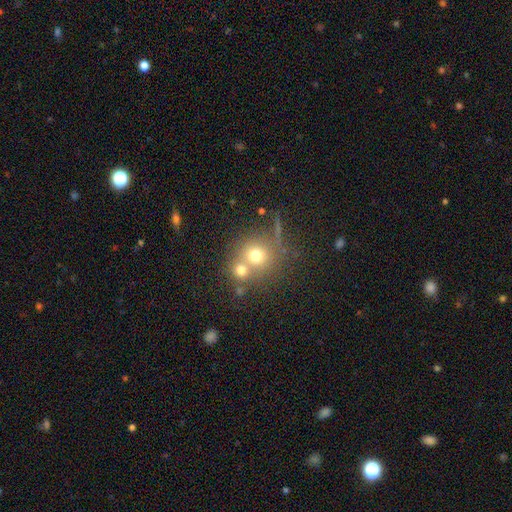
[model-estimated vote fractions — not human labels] smooth-or-featured: smooth: 68% | featured or disk: 16% | star or artifact: 16%
  how-rounded: round: 86% | in between: 13% | cigar-shaped: 1%
  merging: none: 46% | merger: 43% | minor disturbance: 7% | major disturbance: 4%